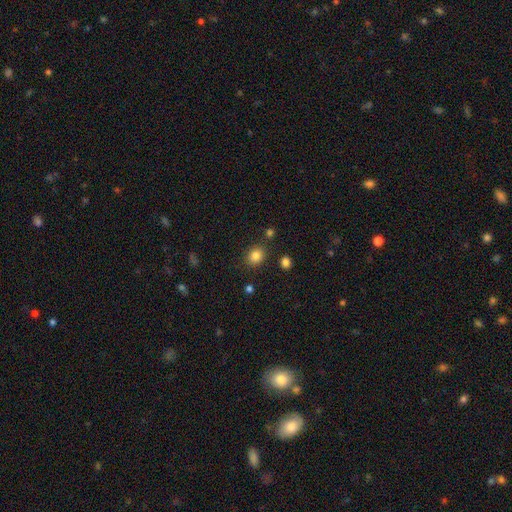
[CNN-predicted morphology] This appears to be a smooth galaxy with no disk features (84%) that is round (53%). Merging: none (83%).